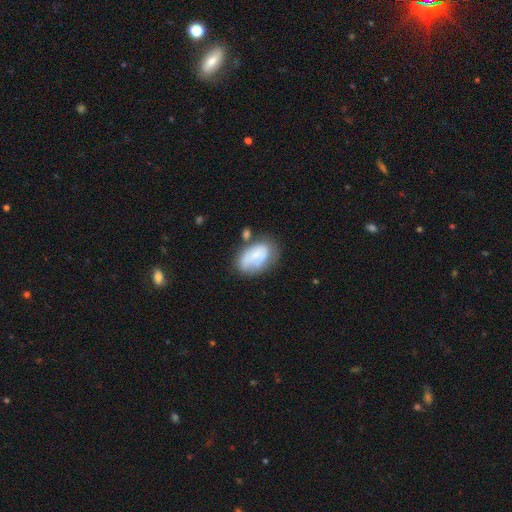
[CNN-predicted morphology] smooth-or-featured: smooth: 58% | featured or disk: 34% | star or artifact: 8%
  how-rounded: in between: 88% | round: 11% | cigar-shaped: 1%
  merging: none: 47% | minor disturbance: 28% | merger: 13% | major disturbance: 13%